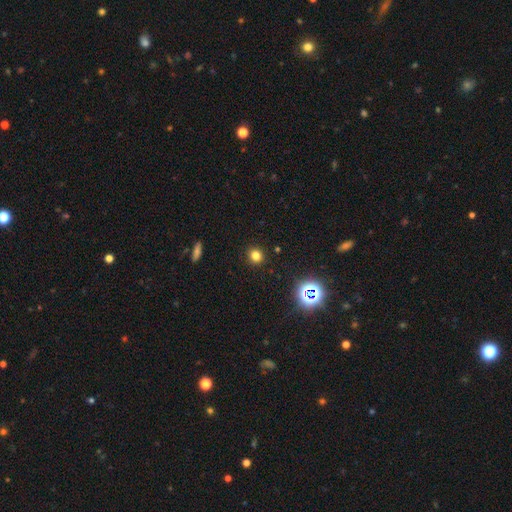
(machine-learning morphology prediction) smooth 78%, star or artifact 17%, featured or disk 5%. Down the decision tree: how rounded — round (86%); merging — none (91%).